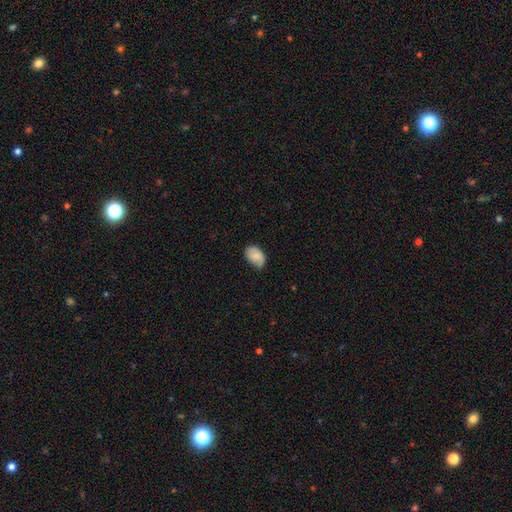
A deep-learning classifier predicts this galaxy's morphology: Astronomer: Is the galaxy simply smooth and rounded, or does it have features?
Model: smooth — 75%.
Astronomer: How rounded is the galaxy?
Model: in between — 88%.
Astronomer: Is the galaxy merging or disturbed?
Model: none — 67%.